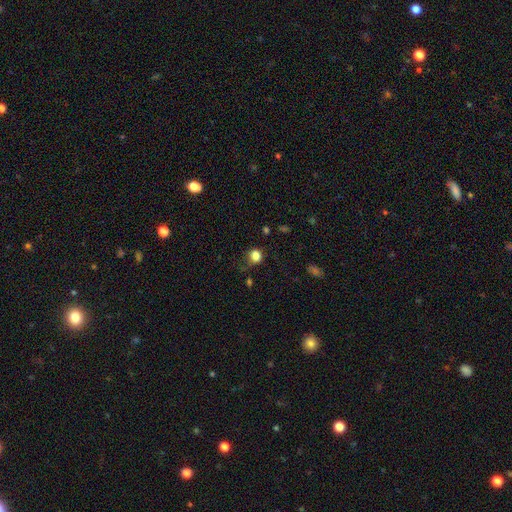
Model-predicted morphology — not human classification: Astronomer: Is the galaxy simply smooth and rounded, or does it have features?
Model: smooth — 83%.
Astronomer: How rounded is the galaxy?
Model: round — 77%.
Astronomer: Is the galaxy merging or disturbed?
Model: none — 60%.